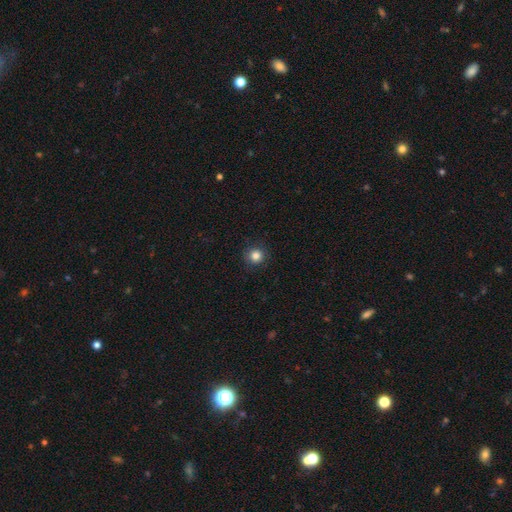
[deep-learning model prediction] smooth_or_featured: smooth (p=0.84) [alt: star or artifact p=0.12]
how_rounded: round (p=0.94) [alt: in between p=0.05]
merging: none (p=0.90) [alt: minor disturbance p=0.07]